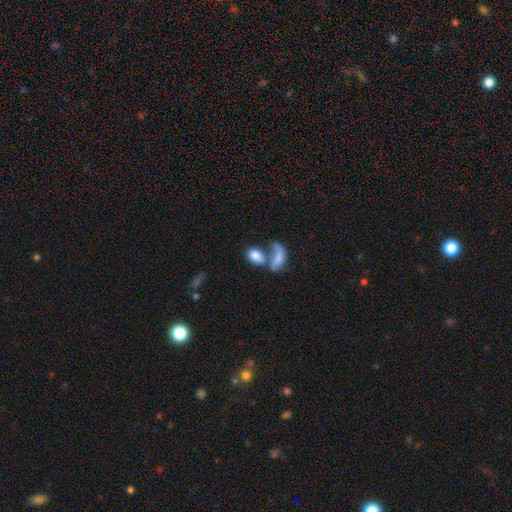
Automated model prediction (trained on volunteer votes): The model was most divided on "merging": merger: 60%, none: 22%, major disturbance: 10%, minor disturbance: 8%. More confident: how rounded — in between (85%); smooth or featured — smooth (79%).